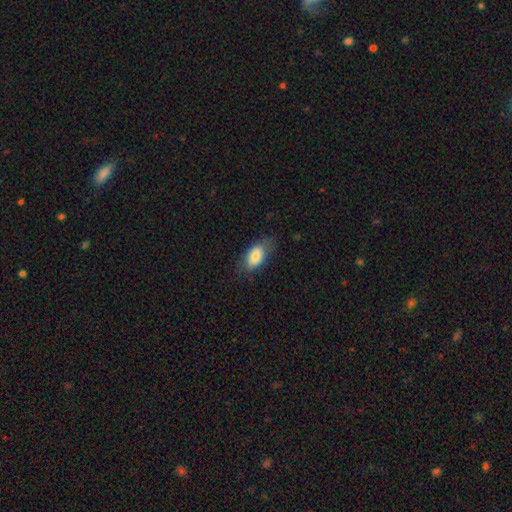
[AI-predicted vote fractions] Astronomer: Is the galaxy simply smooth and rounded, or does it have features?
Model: smooth — 81%.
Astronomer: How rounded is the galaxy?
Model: in between — 91%.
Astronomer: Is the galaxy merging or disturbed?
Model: none — 66%.